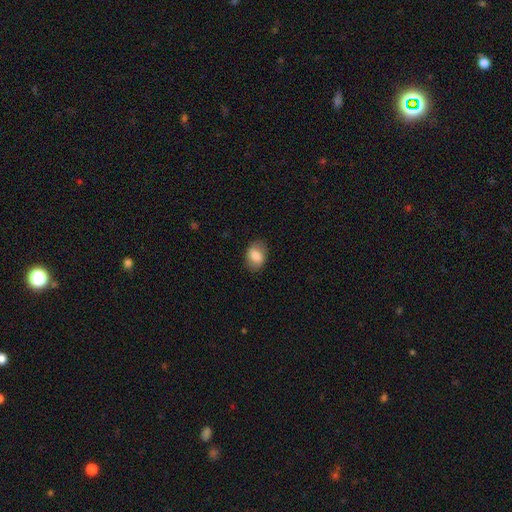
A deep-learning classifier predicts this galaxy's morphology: Smooth or featured?
  - smooth: 78% *
  - featured or disk: 14%
  - star or artifact: 7%
How rounded?
  - in between: 81% *
  - round: 18%
  - cigar-shaped: 2%
Merging?
  - none: 82% *
  - minor disturbance: 14%
  - major disturbance: 4%
  - merger: 1%